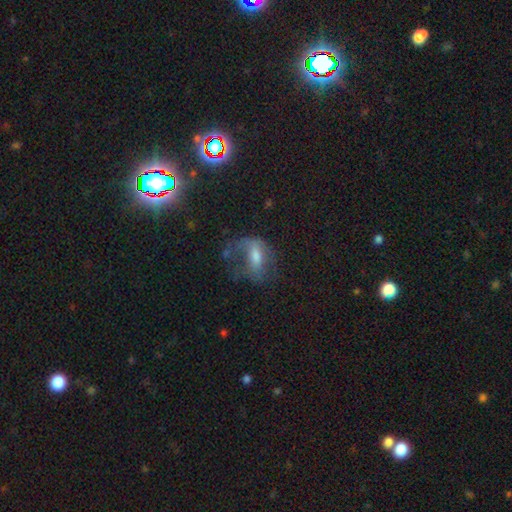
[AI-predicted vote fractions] A featured or disk galaxy (44%).

Vote fractions:
- Smooth or featured? featured or disk: 44% / smooth: 39% / star or artifact: 16%
- Merging? major disturbance: 43% / none: 32% / minor disturbance: 22% / merger: 4%